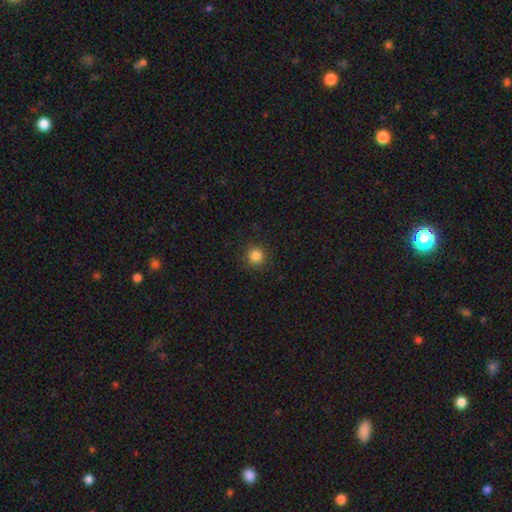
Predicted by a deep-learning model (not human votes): smooth-or-featured: smooth: 84% | star or artifact: 12% | featured or disk: 4%
  how-rounded: round: 95% | in between: 4% | cigar-shaped: 1%
  merging: none: 91% | minor disturbance: 6% | major disturbance: 2% | merger: 1%